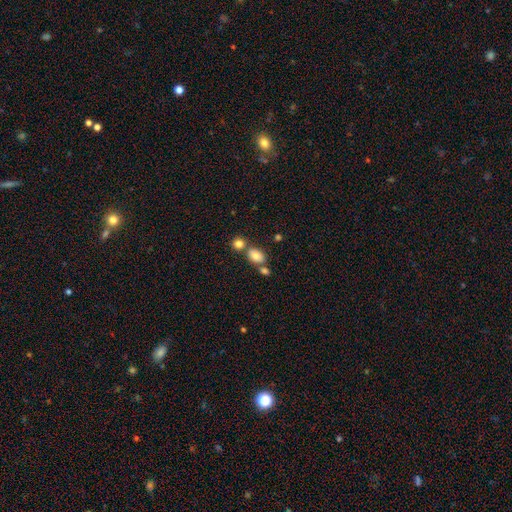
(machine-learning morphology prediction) This appears to be a smooth galaxy with no disk features (80%) that is in between round and cigar-shaped (72%). Merging: none (56%).